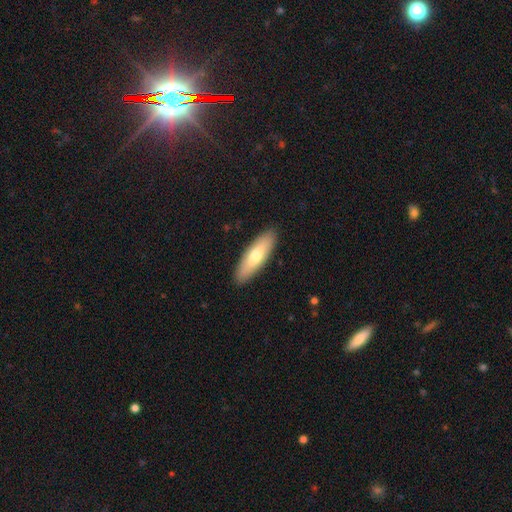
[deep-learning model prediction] Smooth or featured? Predicted: smooth (p=0.66). How rounded? Predicted: cigar-shaped (p=0.54). Merging? Predicted: none (p=0.90).